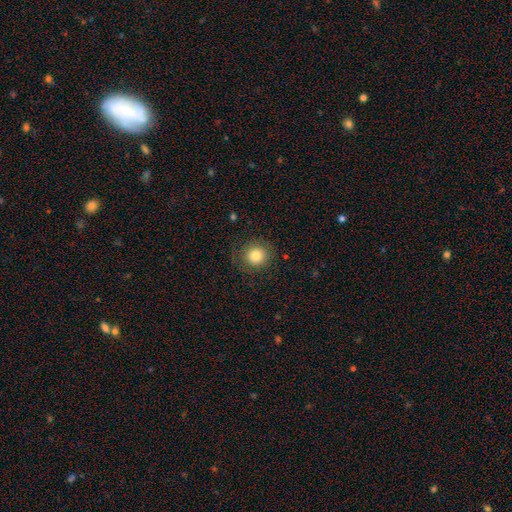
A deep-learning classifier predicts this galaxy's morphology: Smooth or featured? smooth (80%)
How rounded? round (91%)
Merging? none (83%)